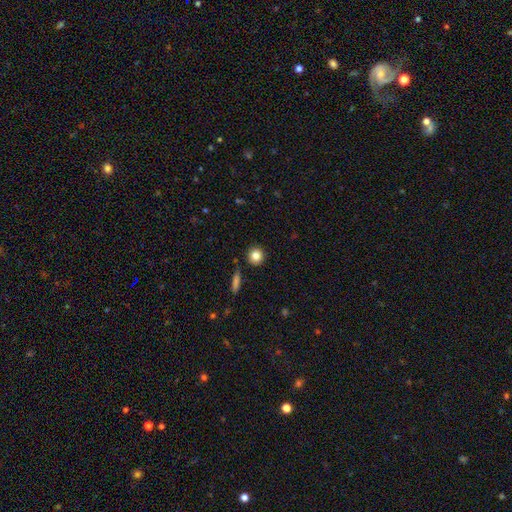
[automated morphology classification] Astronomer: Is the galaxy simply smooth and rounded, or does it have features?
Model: smooth — 84%.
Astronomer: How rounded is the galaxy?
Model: round — 91%.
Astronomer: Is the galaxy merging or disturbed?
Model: none — 89%.